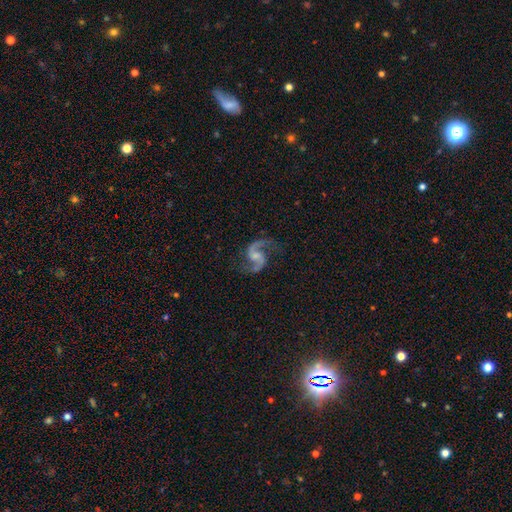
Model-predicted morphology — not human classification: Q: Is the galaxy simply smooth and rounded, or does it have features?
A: featured or disk — 91%.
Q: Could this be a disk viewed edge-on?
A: no — 98%.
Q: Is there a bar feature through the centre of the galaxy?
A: weak — 45%.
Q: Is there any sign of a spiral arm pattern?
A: yes — 98%.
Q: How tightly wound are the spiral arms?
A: loose — 54%.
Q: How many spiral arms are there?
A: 2 — 94%.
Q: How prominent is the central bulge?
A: small — 39%.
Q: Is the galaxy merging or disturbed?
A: none — 77%.